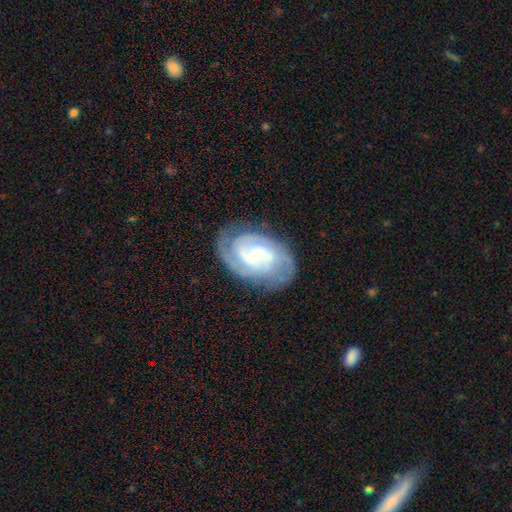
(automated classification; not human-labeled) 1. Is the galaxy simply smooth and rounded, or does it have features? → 83% featured or disk, 11% smooth, 5% star or artifact.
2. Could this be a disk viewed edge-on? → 97% no, 3% yes.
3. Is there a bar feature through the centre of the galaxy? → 53% weak, 27% no, 20% strong.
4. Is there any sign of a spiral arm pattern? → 94% yes, 6% no.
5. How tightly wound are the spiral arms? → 51% tight, 39% medium, 10% loose.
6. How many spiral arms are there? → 50% 2, 22% can't tell, 16% 3, 4% 1, 4% 4, 3% more than 4.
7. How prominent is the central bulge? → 59% small, 34% moderate, 3% none, 3% large, 1% dominant.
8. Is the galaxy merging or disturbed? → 72% none, 18% minor disturbance, 7% major disturbance, 3% merger.